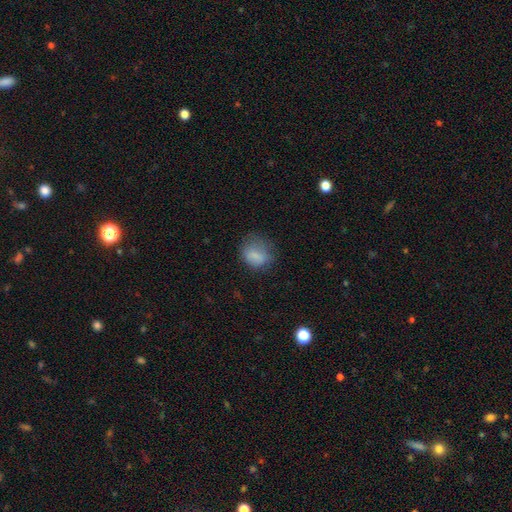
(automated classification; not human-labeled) Q: Smooth or featured?
A: smooth (79%); runner-up: featured or disk (11%)
Q: How rounded?
A: round (59%); runner-up: in between (40%)
Q: Merging?
A: none (55%); runner-up: minor disturbance (27%)